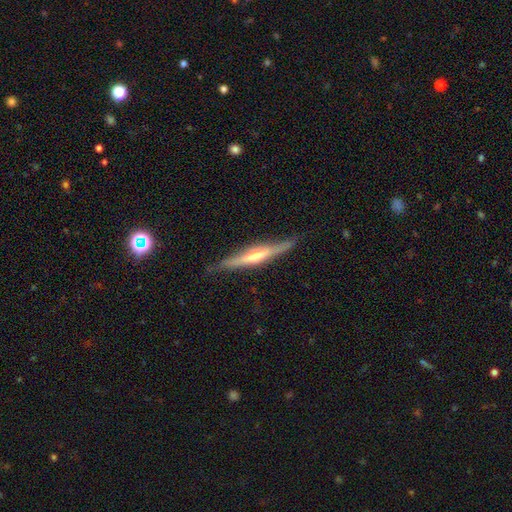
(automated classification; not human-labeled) Smooth or featured: featured or disk — 74% (smooth — 20%)
Edge-on disk: yes — 96% (no — 4%)
Edge-on bulge: rounded — 72% (boxy — 14%)
Merging: none — 83% (minor disturbance — 13%)